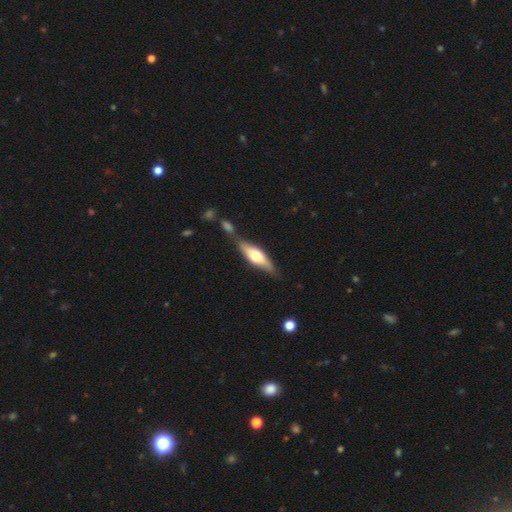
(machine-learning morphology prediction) Smooth or featured: smooth — 47% (tied with featured or disk — 47%)
Merging: none — 63% (minor disturbance — 17%)